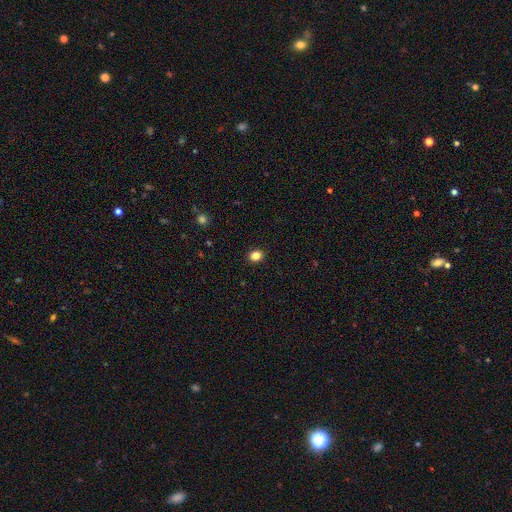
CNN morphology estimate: A smooth galaxy with no disk features (83%) that is round (61%). Merging: none (91%).